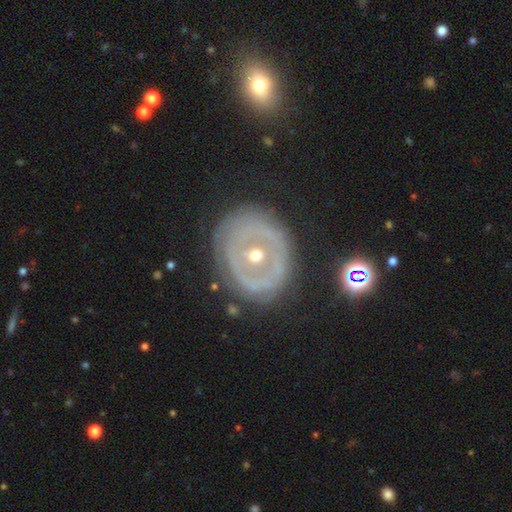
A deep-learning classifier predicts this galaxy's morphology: Smooth or featured? featured or disk (72%)
Edge-on disk? no (95%)
Bar? no (70%)
Spiral arms? no (66%)
Bulge size? moderate (56%)
Merging? none (70%)